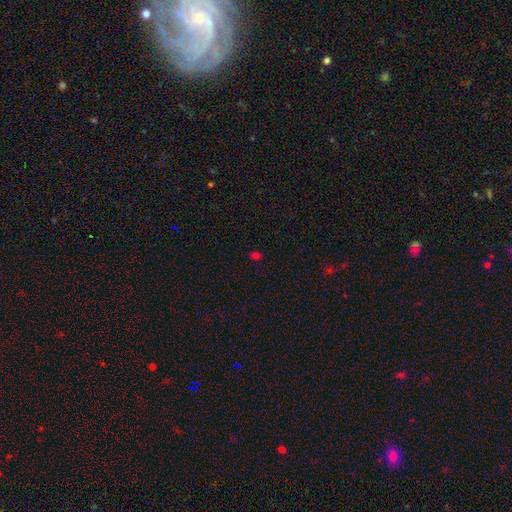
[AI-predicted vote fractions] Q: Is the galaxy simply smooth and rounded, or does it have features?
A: smooth — 65%.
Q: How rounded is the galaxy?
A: round — 58%.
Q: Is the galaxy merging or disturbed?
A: none — 86%.